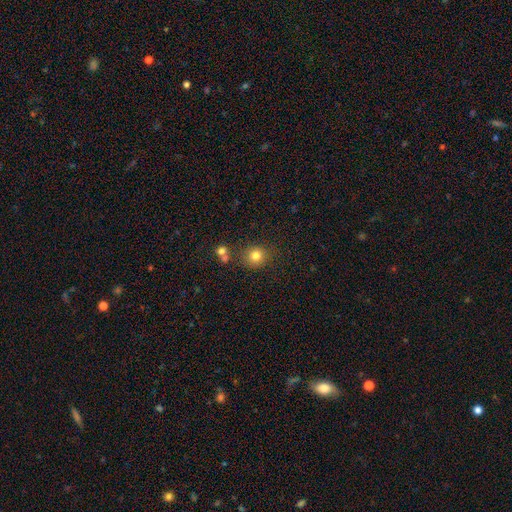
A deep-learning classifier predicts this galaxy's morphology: A smooth galaxy with no disk features (80%) that is round (87%). Merging: none (80%).